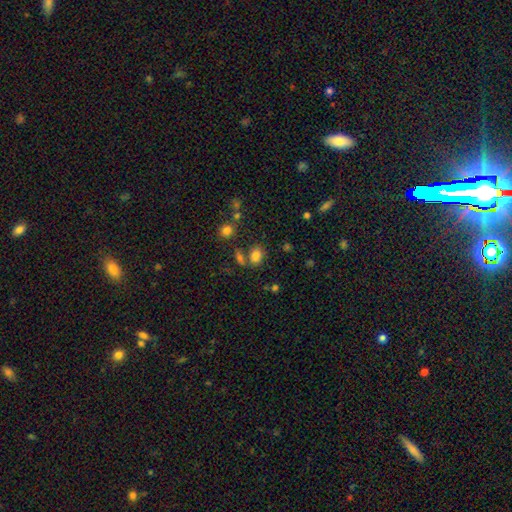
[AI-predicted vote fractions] This appears to be a smooth galaxy with no disk features (80%) that is in between round and cigar-shaped (68%). Merging: none (61%).